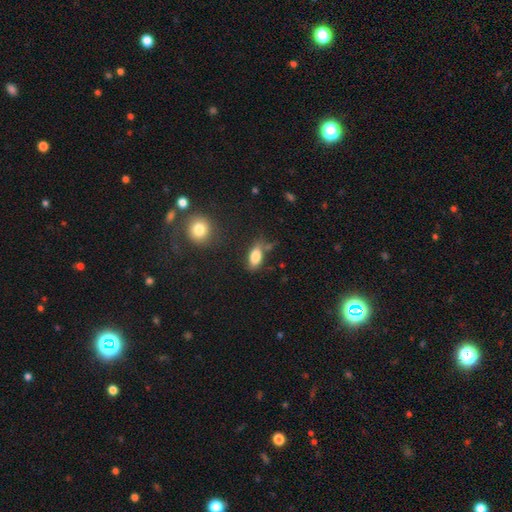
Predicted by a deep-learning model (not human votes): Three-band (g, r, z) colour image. It shows a smooth galaxy with no disk features (83%) that is in between round and cigar-shaped (86%). Merging: none (66%).